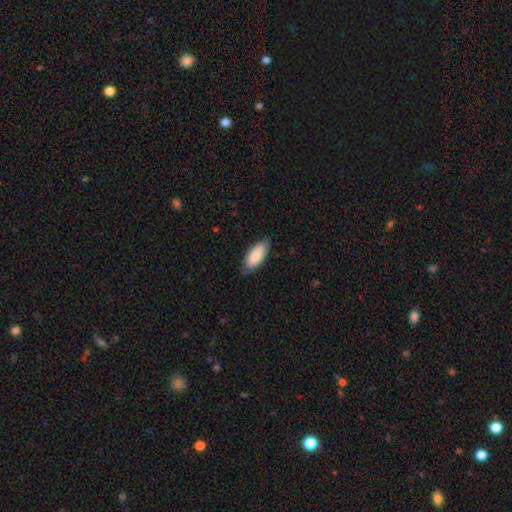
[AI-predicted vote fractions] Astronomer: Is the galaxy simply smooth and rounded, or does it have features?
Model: smooth — 85%.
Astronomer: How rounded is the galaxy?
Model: in between — 85%.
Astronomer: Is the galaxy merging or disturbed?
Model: none — 80%.